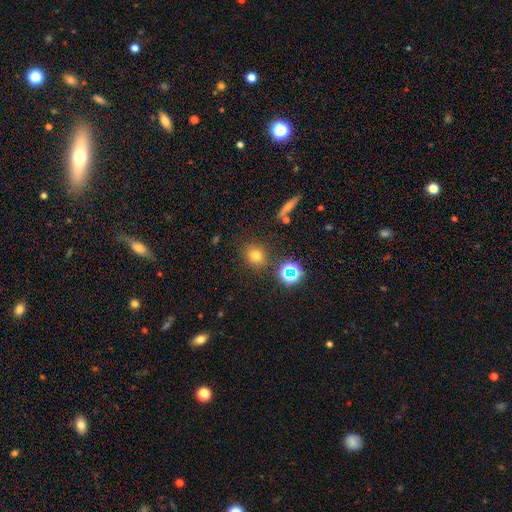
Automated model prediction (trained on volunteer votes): This is likely a smooth galaxy (71%). How rounded: clearly round (83%). Merging: clearly none (84%).